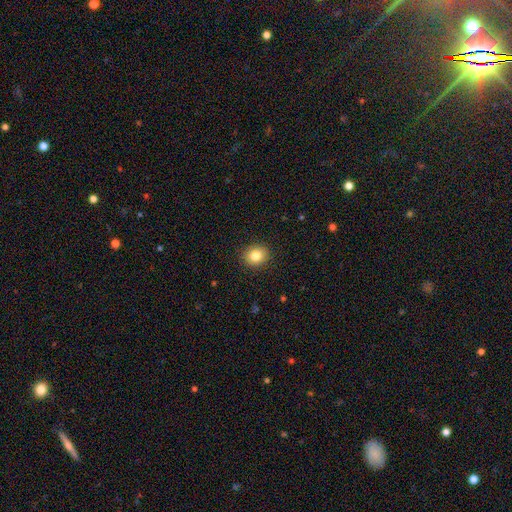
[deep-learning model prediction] Smooth or featured?
  - smooth: 83% *
  - star or artifact: 10%
  - featured or disk: 7%
How rounded?
  - round: 76% *
  - in between: 24%
  - cigar-shaped: 1%
Merging?
  - none: 91% *
  - minor disturbance: 6%
  - major disturbance: 2%
  - merger: 1%